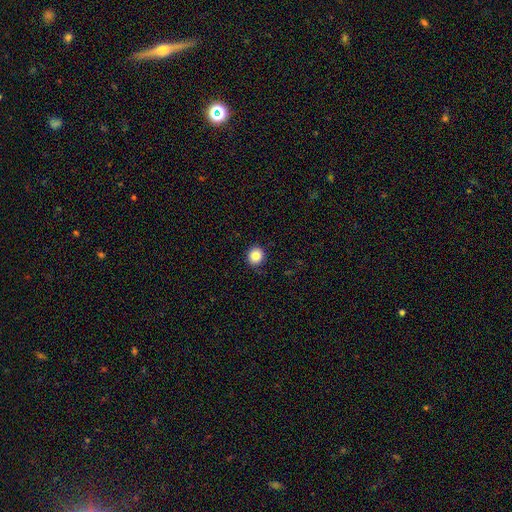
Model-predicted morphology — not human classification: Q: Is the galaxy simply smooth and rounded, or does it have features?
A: smooth — 84%.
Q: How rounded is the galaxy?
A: round — 89%.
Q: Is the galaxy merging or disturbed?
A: none — 88%.